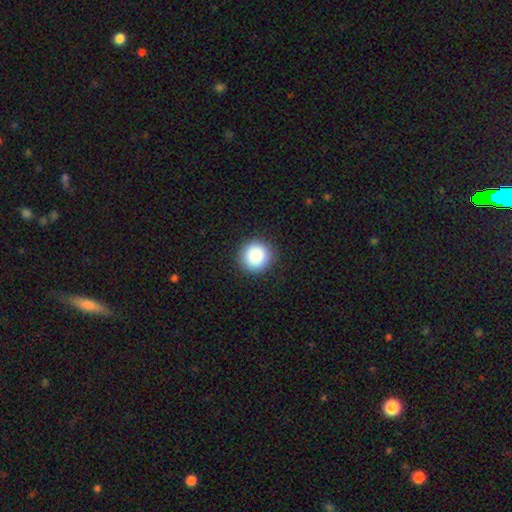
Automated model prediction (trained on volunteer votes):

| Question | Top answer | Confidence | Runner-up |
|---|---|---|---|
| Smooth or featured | smooth | 88% | star or artifact (9%) |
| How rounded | round | 94% | in between (5%) |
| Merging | none | 91% | minor disturbance (6%) |